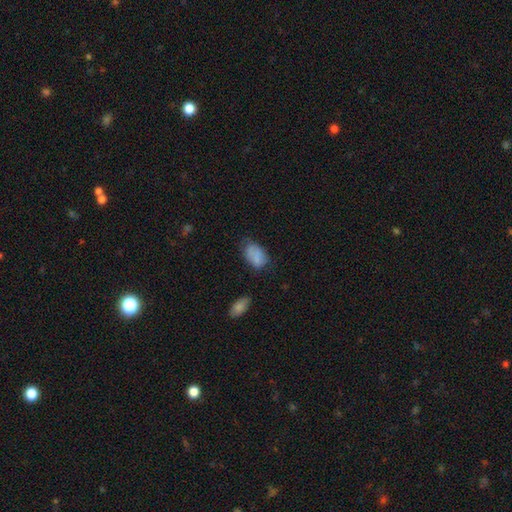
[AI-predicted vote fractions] The model was most divided on "merging": none: 51%, minor disturbance: 33%, major disturbance: 11%, merger: 5%. More confident: how rounded — in between (90%); smooth or featured — smooth (80%).